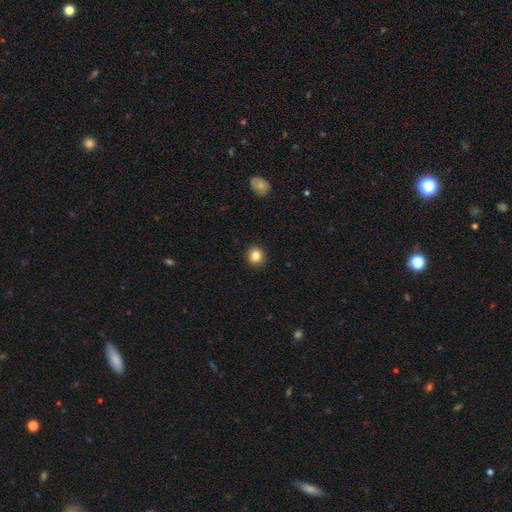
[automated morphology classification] This appears to be a smooth galaxy with no disk features (84%) that is round (87%). Merging: none (93%).